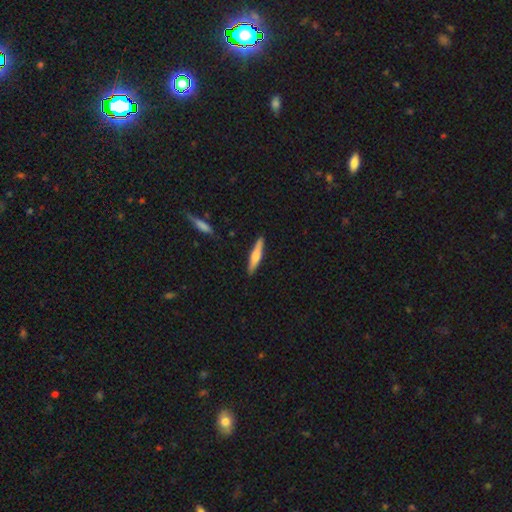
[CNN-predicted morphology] A smooth galaxy with no disk features (54%) that is cigar-shaped (87%). Merging: none (89%).